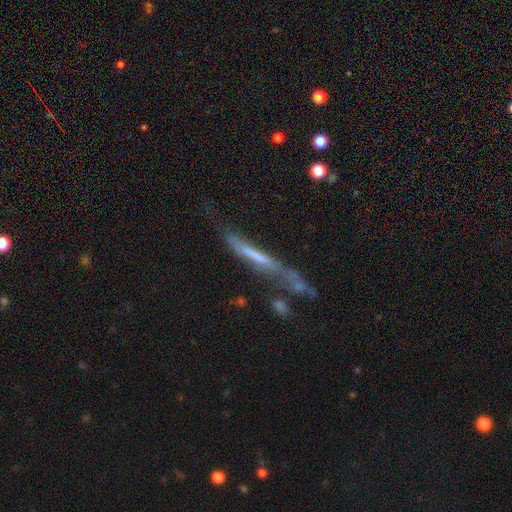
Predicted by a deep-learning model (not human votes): Q: Smooth or featured?
A: featured or disk (57%); runner-up: smooth (34%)
Q: Edge-on disk?
A: yes (69%); runner-up: no (31%)
Q: Merging?
A: none (31%); runner-up: major disturbance (27%)